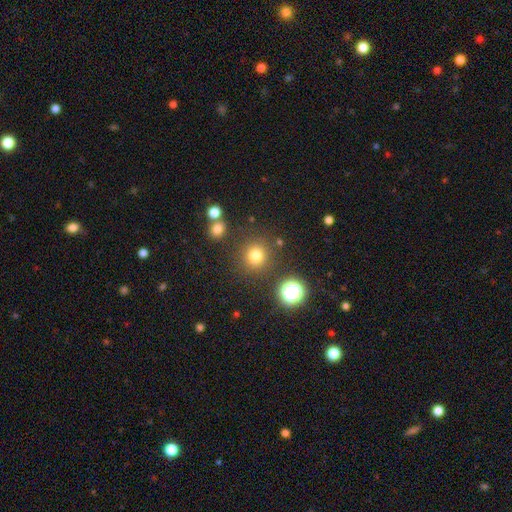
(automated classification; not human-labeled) Smooth or featured? smooth (75%)
How rounded? round (92%)
Merging? none (84%)